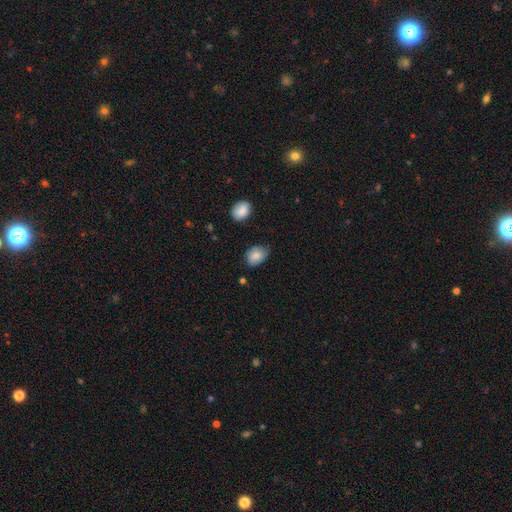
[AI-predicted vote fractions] Q: Smooth or featured?
A: smooth (82%); runner-up: featured or disk (10%)
Q: How rounded?
A: in between (75%); runner-up: round (24%)
Q: Merging?
A: none (63%); runner-up: minor disturbance (31%)